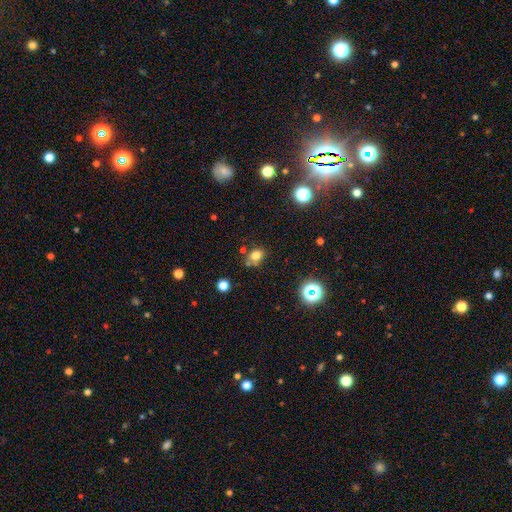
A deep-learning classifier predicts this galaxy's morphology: type=smooth (74%); roundness=in between (52%); merging=none (63%).